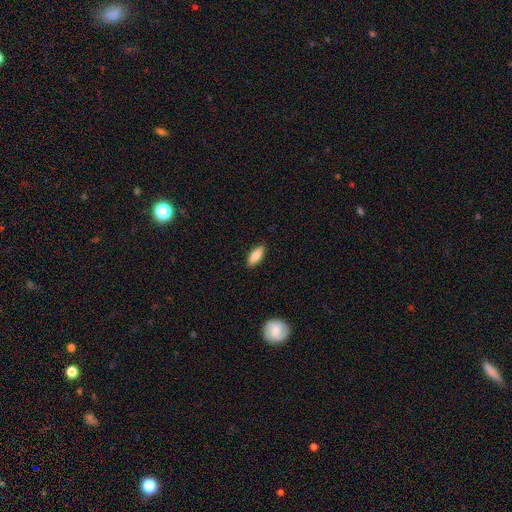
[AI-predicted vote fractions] Smooth or featured?
  - smooth: 78% *
  - featured or disk: 16%
  - star or artifact: 6%
How rounded?
  - in between: 71% *
  - cigar-shaped: 26%
  - round: 2%
Merging?
  - none: 88% *
  - minor disturbance: 9%
  - major disturbance: 2%
  - merger: 1%